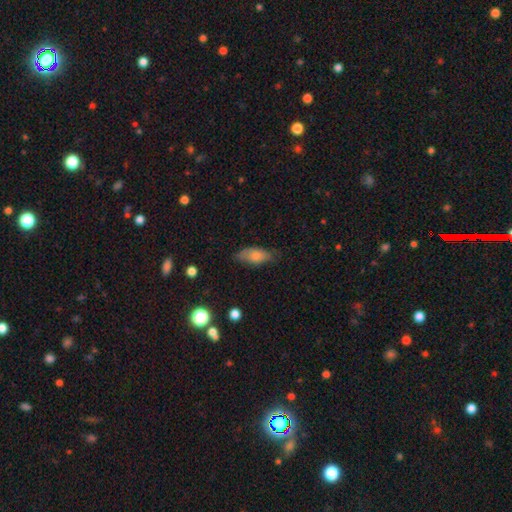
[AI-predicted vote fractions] smooth 72%, featured or disk 21%, star or artifact 7%. Down the decision tree: how rounded — in between (86%); merging — none (64%).